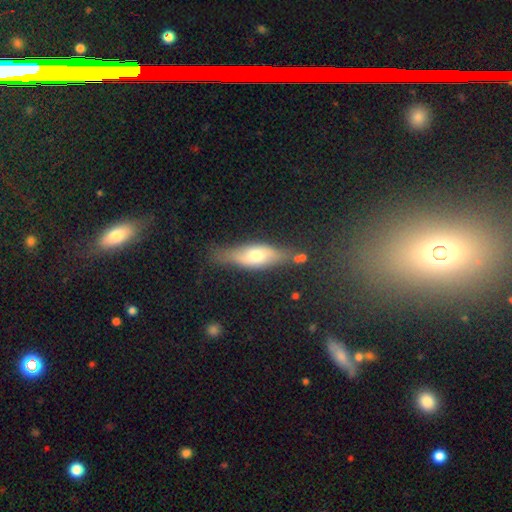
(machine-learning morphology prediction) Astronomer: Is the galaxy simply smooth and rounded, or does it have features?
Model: smooth — 50% (runner-up: featured or disk, 43%).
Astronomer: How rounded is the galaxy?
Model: in between — 51% (runner-up: cigar-shaped, 46%).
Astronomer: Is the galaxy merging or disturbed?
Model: none — 70%.